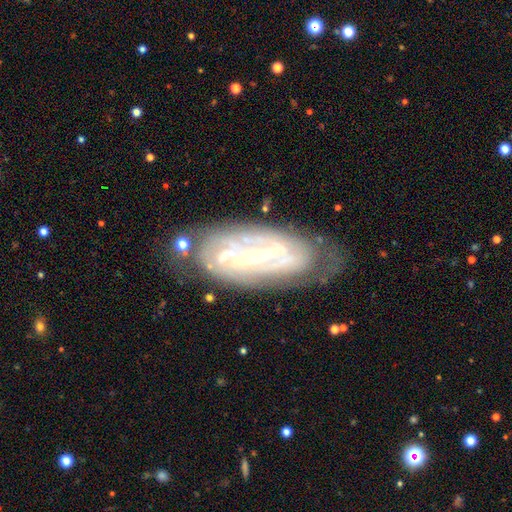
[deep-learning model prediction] smooth_or_featured: featured or disk (p=0.82) [alt: smooth p=0.10]
disk_edge_on: no (p=0.88) [alt: yes p=0.12]
bar: strong (p=0.60) [alt: weak p=0.26]
has_spiral_arms: yes (p=0.82) [alt: no p=0.18]
spiral_winding: tight (p=0.64) [alt: medium p=0.28]
spiral_arm_count: can't tell (p=0.45) [alt: 2 p=0.33]
bulge_size: small (p=0.64) [alt: moderate p=0.27]
merging: none (p=0.65) [alt: minor disturbance p=0.22]